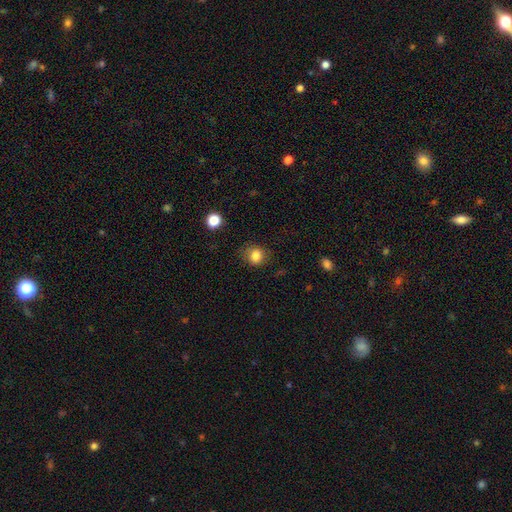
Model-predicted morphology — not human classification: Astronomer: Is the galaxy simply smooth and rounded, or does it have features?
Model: smooth — 84%.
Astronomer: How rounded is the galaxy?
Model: round — 75%.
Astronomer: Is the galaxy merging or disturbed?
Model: none — 74%.